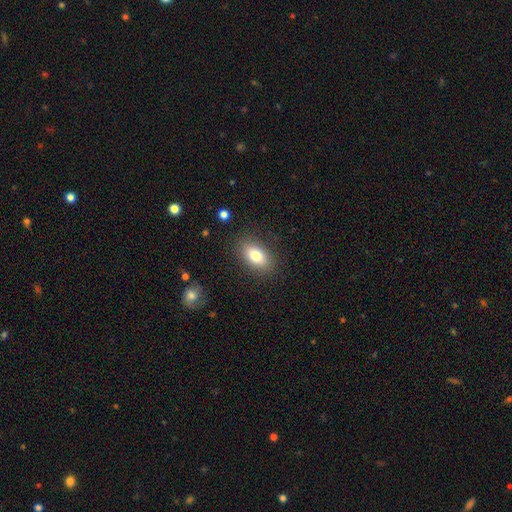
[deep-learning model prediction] smooth_or_featured: smooth (p=0.79) [alt: featured or disk p=0.12]
how_rounded: in between (p=0.88) [alt: round p=0.09]
merging: none (p=0.86) [alt: minor disturbance p=0.10]